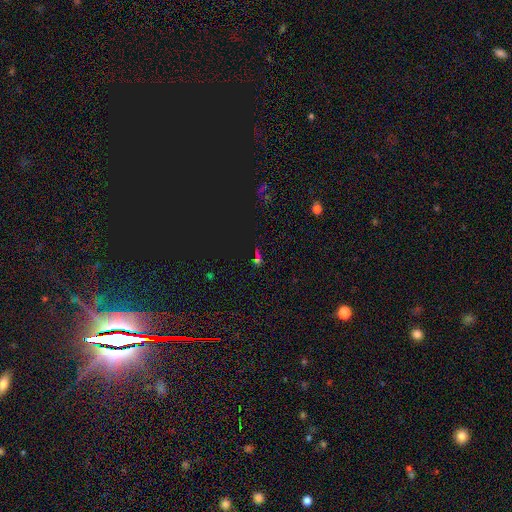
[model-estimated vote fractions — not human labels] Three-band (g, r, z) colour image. It shows a star or artifact, not a galaxy (65%).